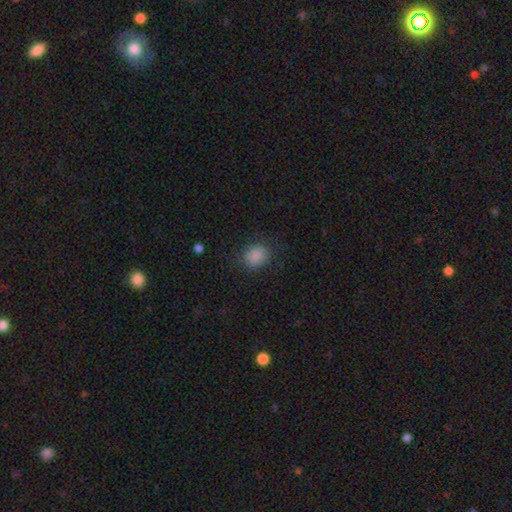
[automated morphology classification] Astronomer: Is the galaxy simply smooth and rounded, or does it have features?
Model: smooth — 86%.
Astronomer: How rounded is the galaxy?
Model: round — 59% (runner-up: in between, 40%).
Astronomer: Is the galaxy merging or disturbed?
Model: none — 82%.